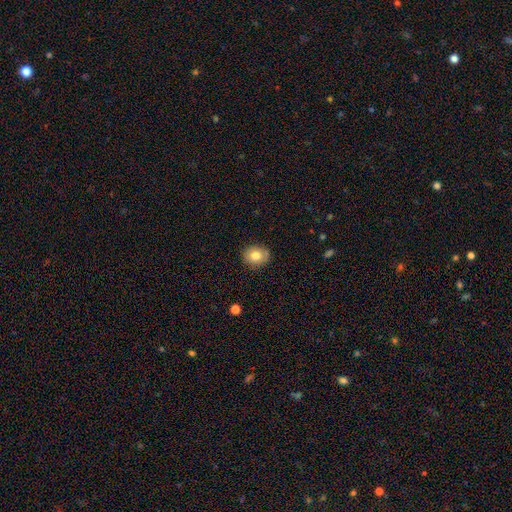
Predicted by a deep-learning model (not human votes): Overall: smooth (78%). How rounded: round (74%). Merging: none (85%).